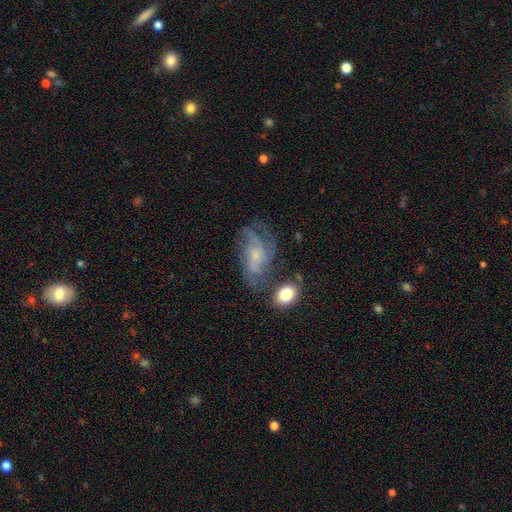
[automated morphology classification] A featured or disk galaxy (73%) with no bar (69%), medium (43%) spiral arms (90%) and a small central bulge (65%). Merging: none (53%).